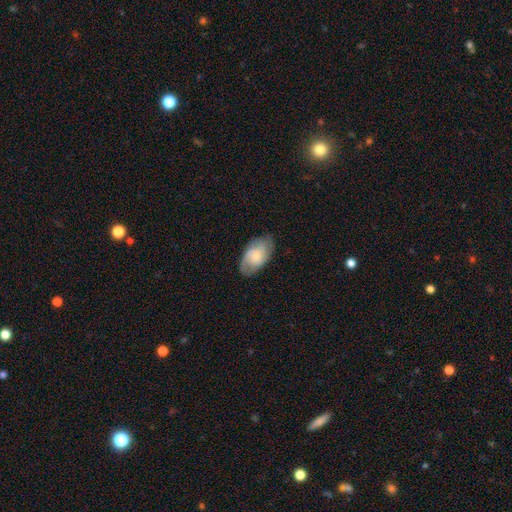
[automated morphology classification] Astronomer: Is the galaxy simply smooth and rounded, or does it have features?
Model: smooth — 48% (runner-up: featured or disk, 45%).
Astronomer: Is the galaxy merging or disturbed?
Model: none — 75%.